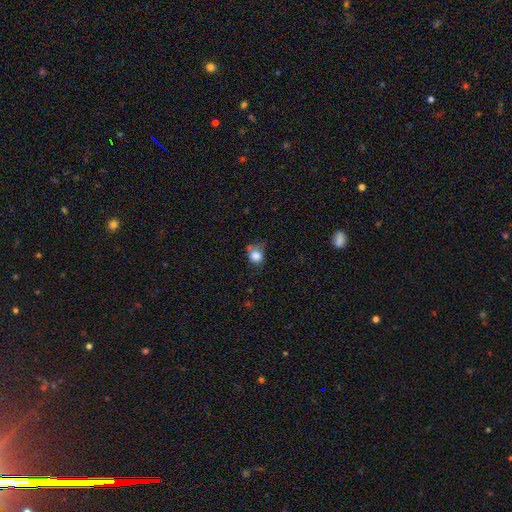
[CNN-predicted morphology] Smooth or featured? Predicted: smooth (p=0.82). How rounded? Predicted: round (p=0.64). Merging? Predicted: none (p=0.47).